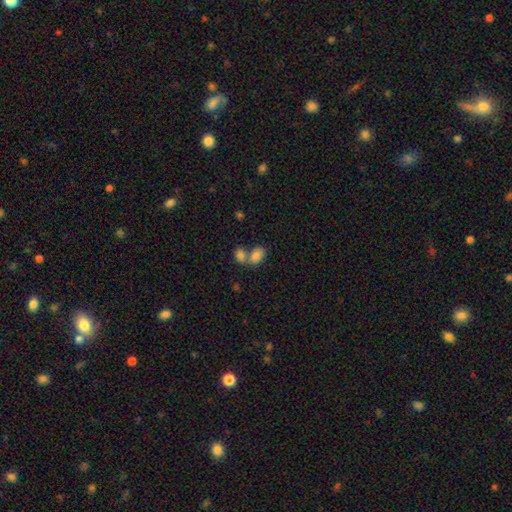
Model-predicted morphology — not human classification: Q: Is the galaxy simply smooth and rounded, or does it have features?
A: smooth — 83%.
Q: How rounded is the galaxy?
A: in between — 87%.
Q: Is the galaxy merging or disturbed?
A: merger — 56%.